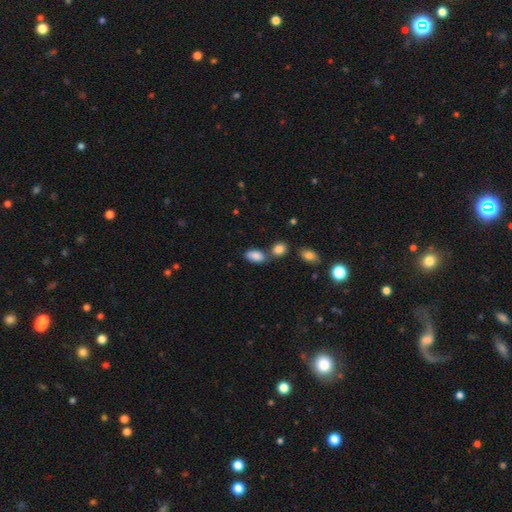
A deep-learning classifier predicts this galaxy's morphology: This appears to be a smooth galaxy with no disk features (85%) that is in between round and cigar-shaped (92%). Merging: none (55%).